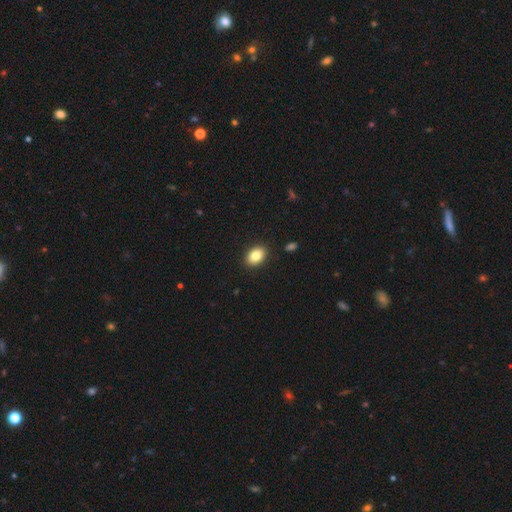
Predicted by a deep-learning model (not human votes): Smooth or featured? Predicted: smooth (p=0.84). How rounded? Predicted: in between (p=0.80). Merging? Predicted: none (p=0.90).